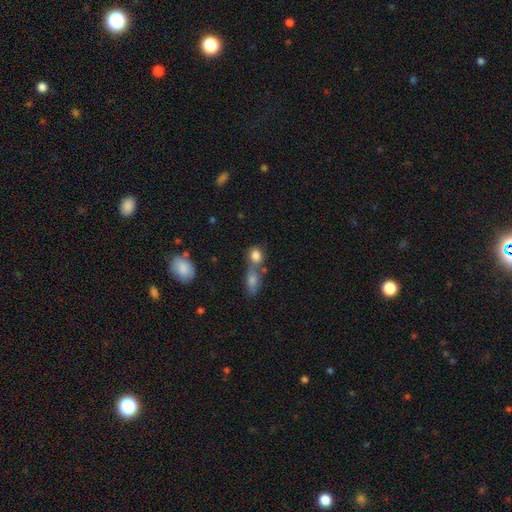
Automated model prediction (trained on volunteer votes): Smooth or featured?
  - smooth: 82% *
  - star or artifact: 10%
  - featured or disk: 8%
How rounded?
  - round: 60% *
  - in between: 37%
  - cigar-shaped: 3%
Merging?
  - merger: 45% *
  - none: 40%
  - minor disturbance: 10%
  - major disturbance: 5%